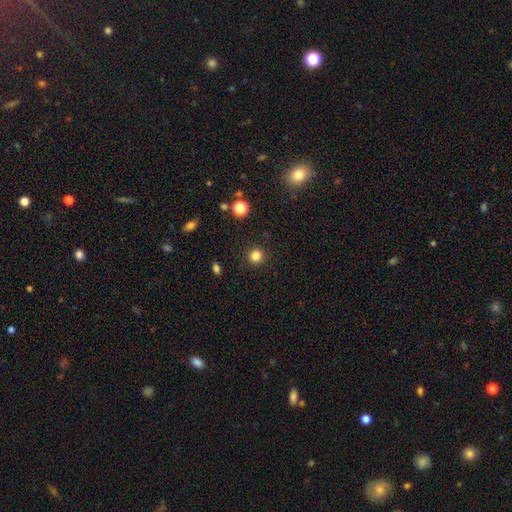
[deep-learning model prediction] This appears to be a smooth galaxy with no disk features (83%) that is round (94%). Merging: none (91%).